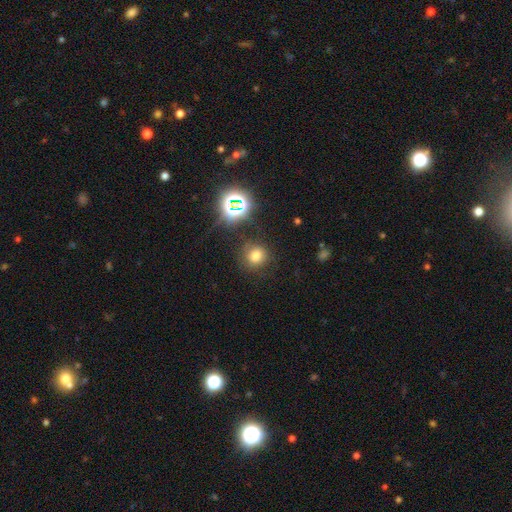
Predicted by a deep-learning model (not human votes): Smooth or featured: smooth — 70% (star or artifact — 23%)
How rounded: round — 86% (in between — 13%)
Merging: none — 80% (minor disturbance — 12%)